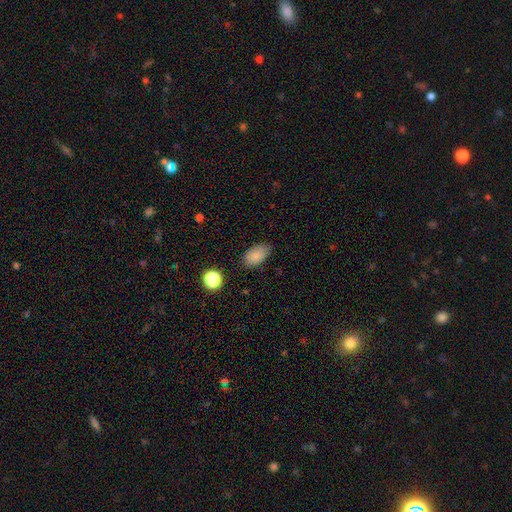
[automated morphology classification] Smooth or featured? Predicted: smooth (p=0.85). How rounded? Predicted: in between (p=0.92). Merging? Predicted: none (p=0.79).